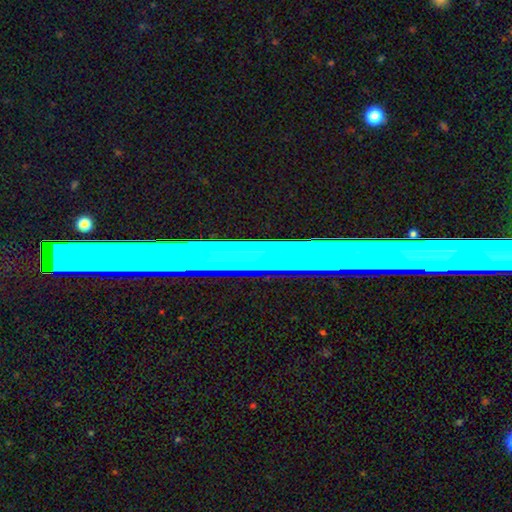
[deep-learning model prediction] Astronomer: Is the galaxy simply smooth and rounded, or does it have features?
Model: featured or disk — 43% (runner-up: star or artifact, 41%).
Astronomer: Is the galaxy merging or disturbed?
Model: none — 89%.